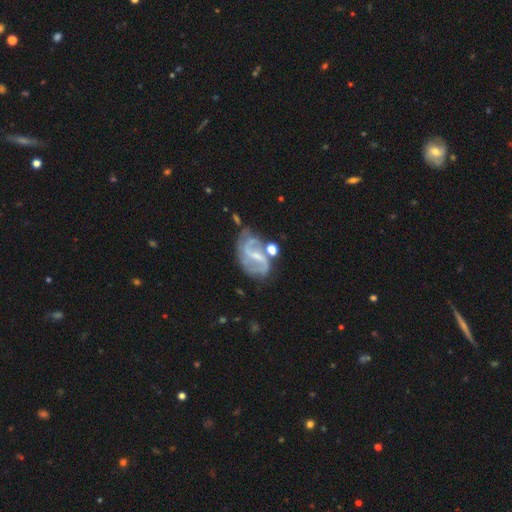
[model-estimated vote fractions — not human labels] A featured or disk galaxy (85%) with a weak bar (46%), 2 (80%) medium (46%) spiral arms (93%) and a small central bulge (51%).

Vote fractions:
- Smooth or featured? featured or disk: 85% / smooth: 8% / star or artifact: 7%
- Edge-on disk? no: 97% / yes: 3%
- Bar? weak: 46% / strong: 37% / no: 17%
- Spiral arms? yes: 93% / no: 7%
- Spiral winding? medium: 46% / loose: 37% / tight: 17%
- Spiral arm count? 2: 80% / can't tell: 8% / 3: 6% / 1: 3% / 4: 2% / more than 4: 2%
- Bulge size? small: 51% / none: 24% / moderate: 22% / large: 2% / dominant: 1%
- Merging? none: 51% / minor disturbance: 22% / major disturbance: 15% / merger: 12%